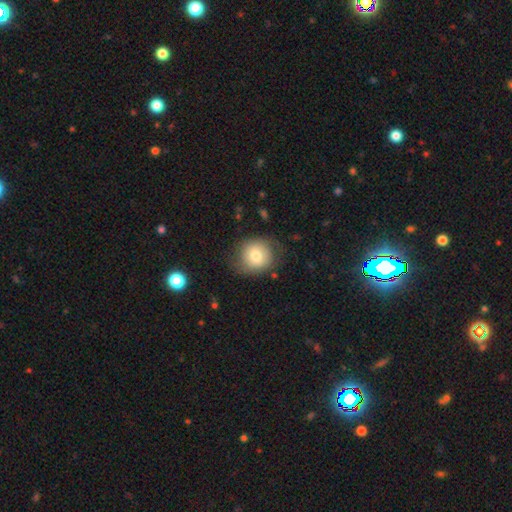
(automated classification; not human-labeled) smooth 73%, featured or disk 19%, star or artifact 8%. Down the decision tree: how rounded — round (80%); merging — none (70%).